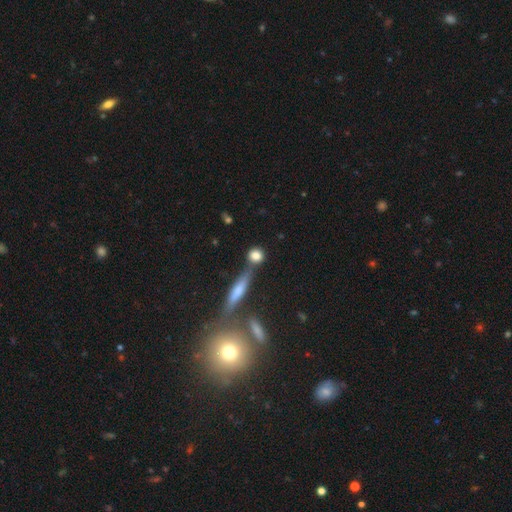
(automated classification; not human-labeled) A smooth galaxy with no disk features (80%) that is round (77%).

Vote fractions:
- Smooth or featured? smooth: 80% / featured or disk: 11% / star or artifact: 9%
- How rounded? round: 77% / in between: 14% / cigar-shaped: 8%
- Merging? none: 62% / merger: 20% / minor disturbance: 12% / major disturbance: 5%